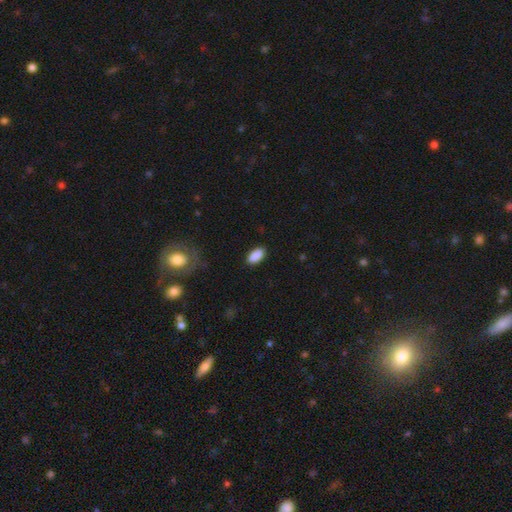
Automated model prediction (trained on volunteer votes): The model was most divided on "merging": none: 87%, minor disturbance: 10%, major disturbance: 2%, merger: 1%. More confident: how rounded — in between (90%); smooth or featured — smooth (89%).